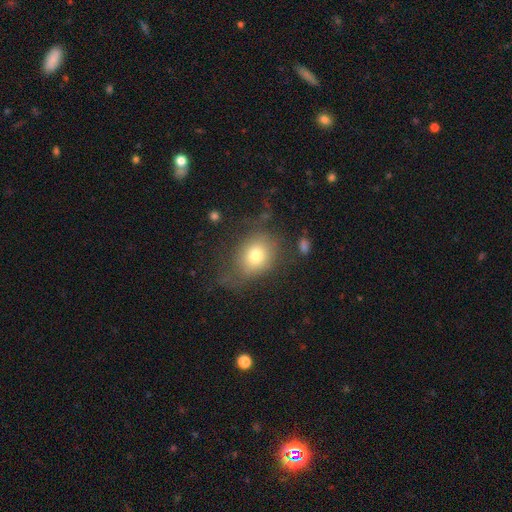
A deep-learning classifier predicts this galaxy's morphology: The model was most divided on "how rounded": round: 60%, in between: 39%, cigar-shaped: 1%. More confident: smooth or featured — smooth (72%); merging — none (53%).